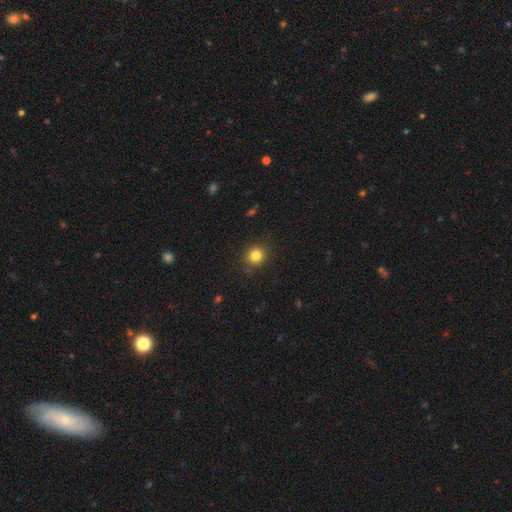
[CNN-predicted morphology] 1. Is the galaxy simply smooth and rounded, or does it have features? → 82% smooth, 12% star or artifact, 6% featured or disk.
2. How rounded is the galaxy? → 85% round, 14% in between, 1% cigar-shaped.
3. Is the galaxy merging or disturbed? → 88% none, 9% minor disturbance, 3% major disturbance, 1% merger.